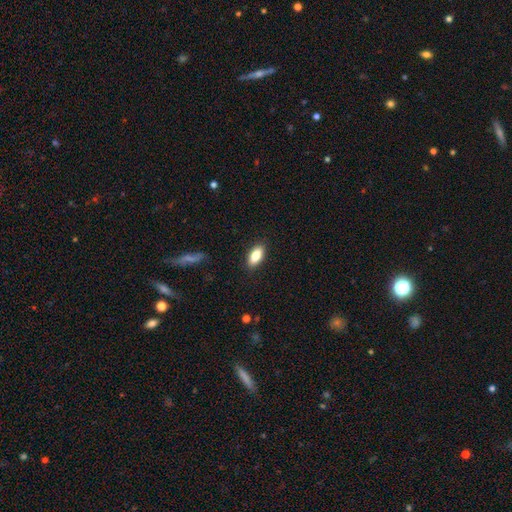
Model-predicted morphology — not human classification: smooth-or-featured: smooth: 82% | featured or disk: 11% | star or artifact: 7%
  how-rounded: in between: 86% | cigar-shaped: 11% | round: 3%
  merging: none: 88% | minor disturbance: 9% | major disturbance: 2% | merger: 1%